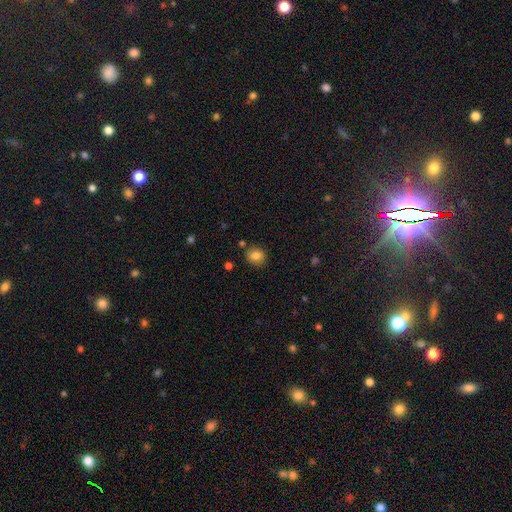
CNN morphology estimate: A smooth galaxy with no disk features (84%) that is round (72%).

Vote fractions:
- Smooth or featured? smooth: 84% / star or artifact: 10% / featured or disk: 6%
- How rounded? round: 72% / in between: 27% / cigar-shaped: 1%
- Merging? none: 84% / minor disturbance: 10% / merger: 4% / major disturbance: 3%